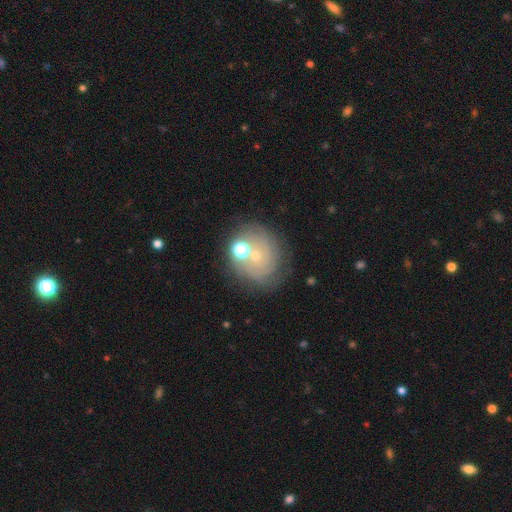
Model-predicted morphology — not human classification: Smooth or featured: featured or disk — 63% (smooth — 23%)
Edge-on disk: no — 97% (yes — 3%)
Bar: no — 80% (weak — 16%)
Spiral arms: yes — 84% (no — 16%)
Spiral winding: tight — 68% (medium — 24%)
Spiral arm count: can't tell — 41% (2 — 23%)
Bulge size: small — 66% (moderate — 26%)
Merging: none — 63% (minor disturbance — 17%)